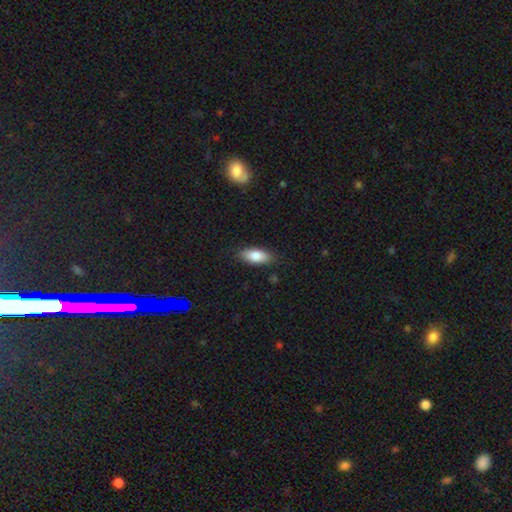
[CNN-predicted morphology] Smooth or featured?
  - smooth: 83% *
  - featured or disk: 10%
  - star or artifact: 7%
How rounded?
  - in between: 83% *
  - cigar-shaped: 14%
  - round: 3%
Merging?
  - none: 84% *
  - minor disturbance: 12%
  - major disturbance: 3%
  - merger: 1%